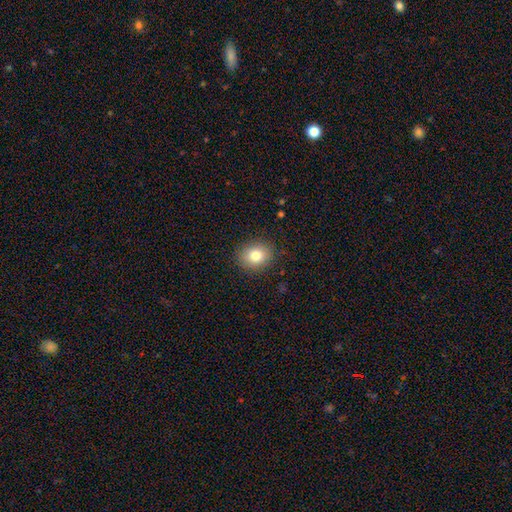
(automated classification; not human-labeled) smooth_or_featured: smooth (p=0.81) [alt: star or artifact p=0.10]
how_rounded: round (p=0.64) [alt: in between p=0.35]
merging: none (p=0.89) [alt: minor disturbance p=0.08]